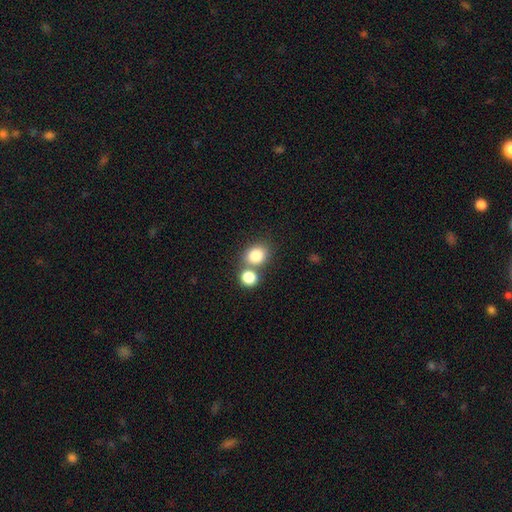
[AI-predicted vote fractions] Smooth or featured? smooth (82%)
How rounded? round (61%)
Merging? none (51%)